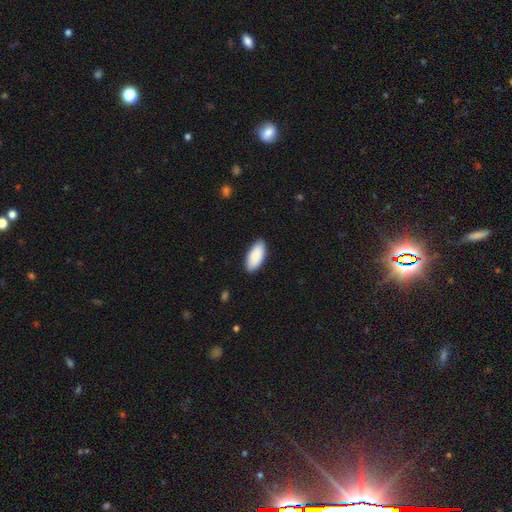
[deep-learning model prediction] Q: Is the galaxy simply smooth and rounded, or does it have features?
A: smooth — 90%.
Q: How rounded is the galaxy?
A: in between — 92%.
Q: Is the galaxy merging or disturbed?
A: none — 87%.